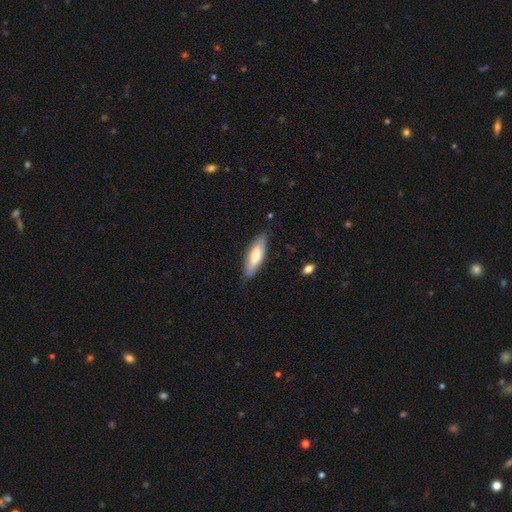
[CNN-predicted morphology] Smooth or featured? Predicted: smooth (p=0.72). How rounded? Predicted: in between (p=0.55). Merging? Predicted: none (p=0.82).